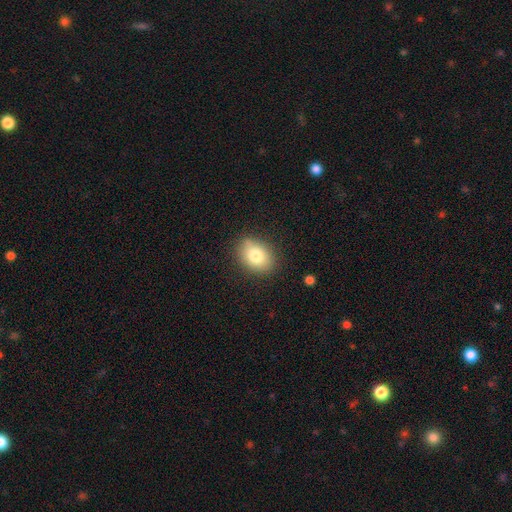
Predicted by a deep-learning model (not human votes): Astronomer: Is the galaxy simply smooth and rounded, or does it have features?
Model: smooth — 79%.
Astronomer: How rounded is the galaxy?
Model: in between — 68%.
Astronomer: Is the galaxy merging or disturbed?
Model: none — 82%.